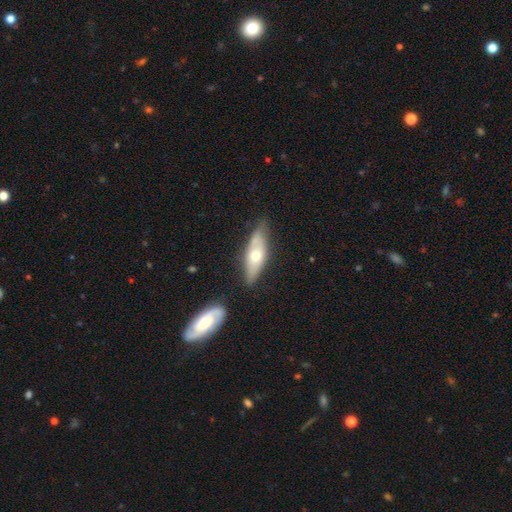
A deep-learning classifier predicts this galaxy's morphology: Q: Smooth or featured?
A: smooth (51%); runner-up: featured or disk (43%)
Q: How rounded?
A: in between (58%); runner-up: cigar-shaped (40%)
Q: Merging?
A: none (70%); runner-up: minor disturbance (21%)